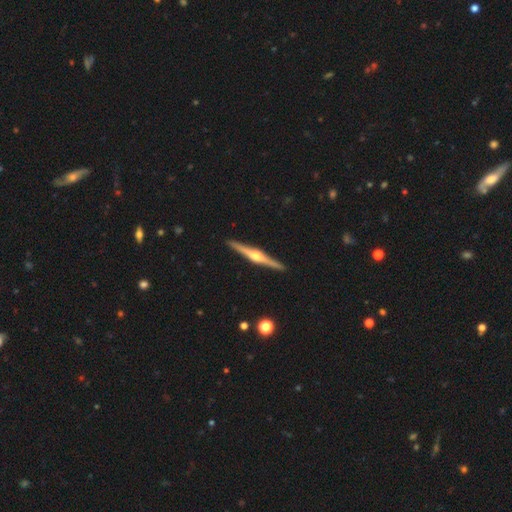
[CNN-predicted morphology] type=featured or disk (86%); edge-on=yes (99%); edge-on bulge=rounded (93%); merging=none (93%).